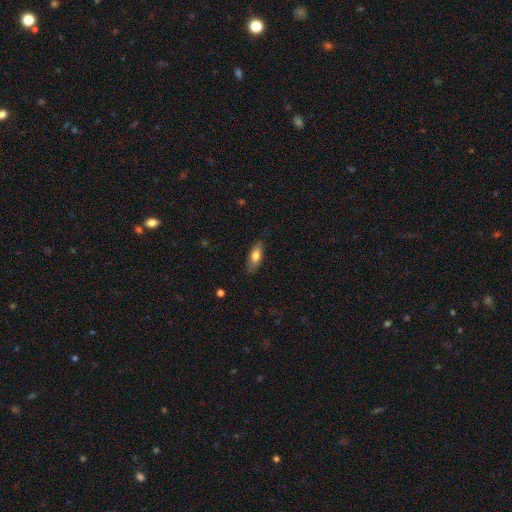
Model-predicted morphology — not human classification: Q: Smooth or featured?
A: smooth (73%); runner-up: featured or disk (21%)
Q: How rounded?
A: in between (71%); runner-up: cigar-shaped (26%)
Q: Merging?
A: none (83%); runner-up: minor disturbance (13%)